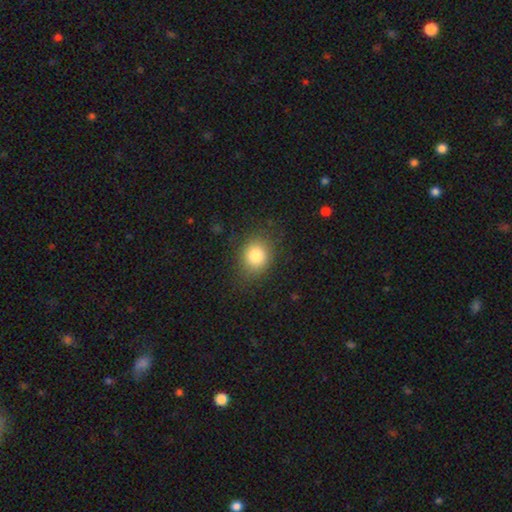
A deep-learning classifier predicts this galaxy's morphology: This is clearly a smooth galaxy (82%). How rounded: likely round (64%). Merging: clearly none (81%).